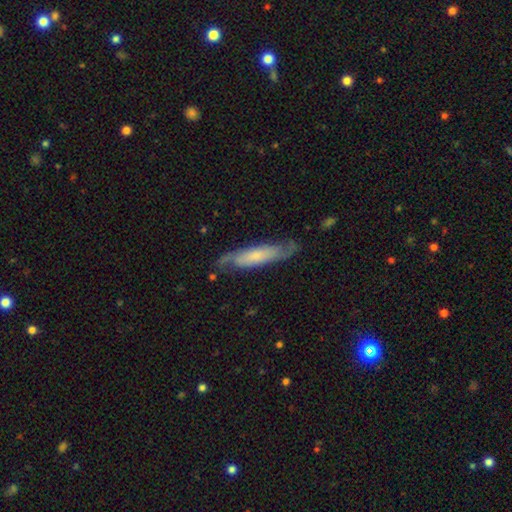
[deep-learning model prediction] Smooth or featured? featured or disk (59%)
Edge-on disk? no (62%)
Merging? none (72%)